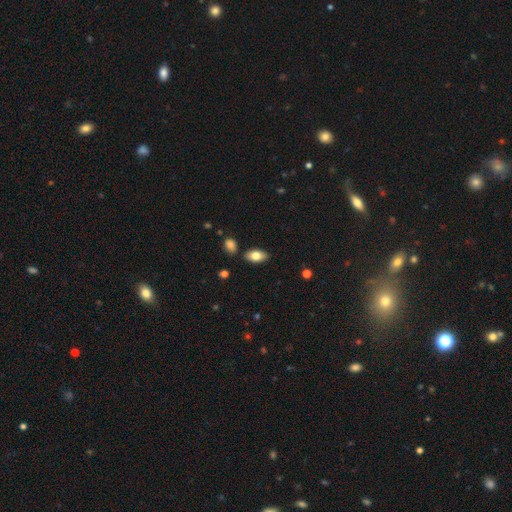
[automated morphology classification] A smooth galaxy with no disk features (77%) that is in between round and cigar-shaped (92%).

Vote fractions:
- Smooth or featured? smooth: 77% / featured or disk: 16% / star or artifact: 7%
- How rounded? in between: 92% / cigar-shaped: 4% / round: 4%
- Merging? none: 85% / minor disturbance: 10% / merger: 3% / major disturbance: 2%